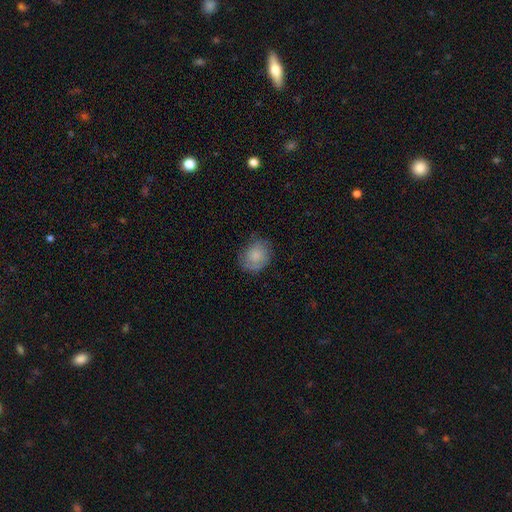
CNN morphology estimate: The model was most divided on "how rounded": round: 59%, in between: 40%, cigar-shaped: 1%. More confident: smooth or featured — smooth (76%); merging — none (69%).